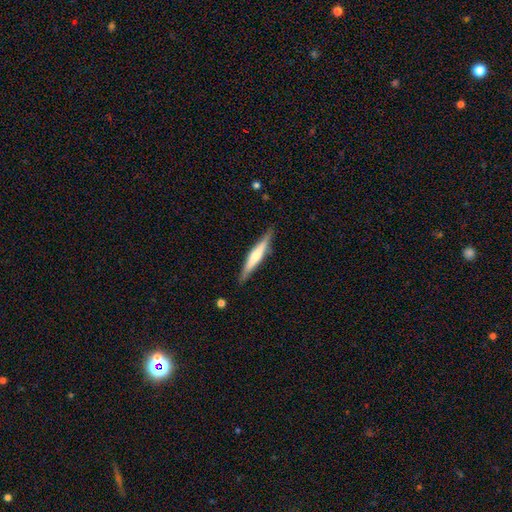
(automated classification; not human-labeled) Smooth or featured? featured or disk (50%)
Edge-on disk? yes (96%)
Merging? none (87%)